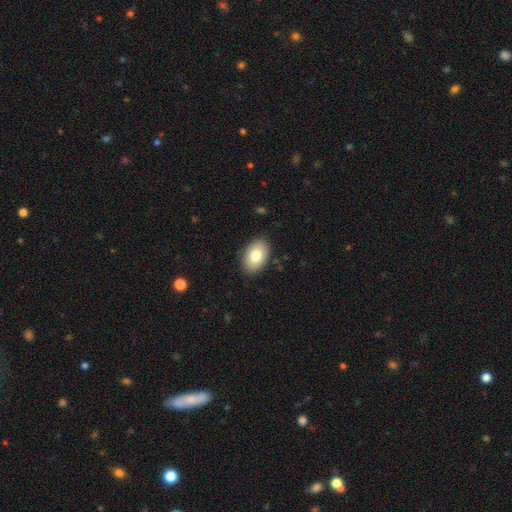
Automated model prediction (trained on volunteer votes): Smooth or featured? Predicted: smooth (p=0.81). How rounded? Predicted: in between (p=0.91). Merging? Predicted: none (p=0.88).